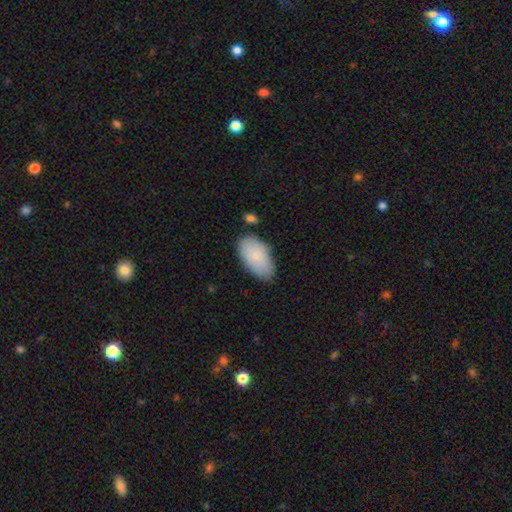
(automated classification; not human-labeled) Smooth or featured: smooth — 80% (featured or disk — 14%)
How rounded: in between — 95% (round — 3%)
Merging: none — 74% (minor disturbance — 19%)